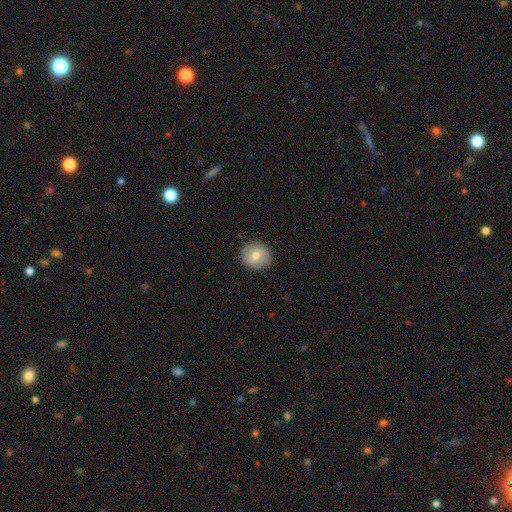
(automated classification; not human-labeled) This is likely a smooth galaxy (74%). How rounded: clearly round (91%). Merging: clearly none (90%).